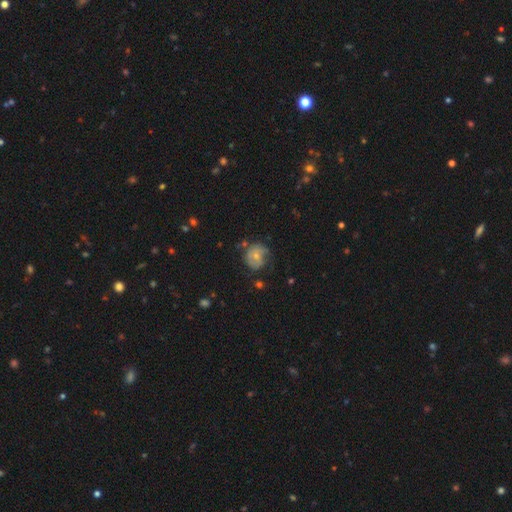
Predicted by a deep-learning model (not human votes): This is possibly a smooth galaxy (47%). Merging: possibly none (51%).